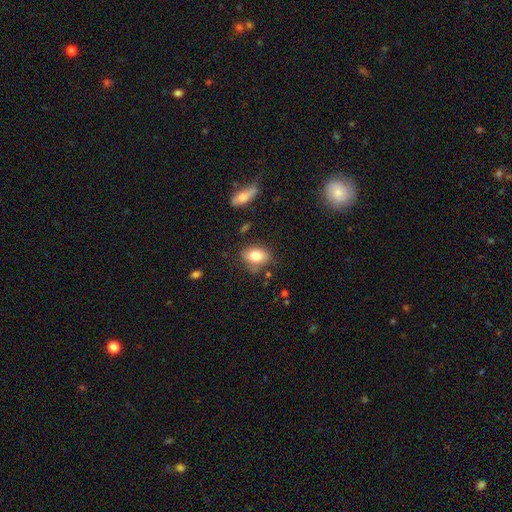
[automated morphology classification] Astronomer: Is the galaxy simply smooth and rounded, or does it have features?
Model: smooth — 79%.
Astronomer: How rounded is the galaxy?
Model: in between — 76%.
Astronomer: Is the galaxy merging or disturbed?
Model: none — 70%.